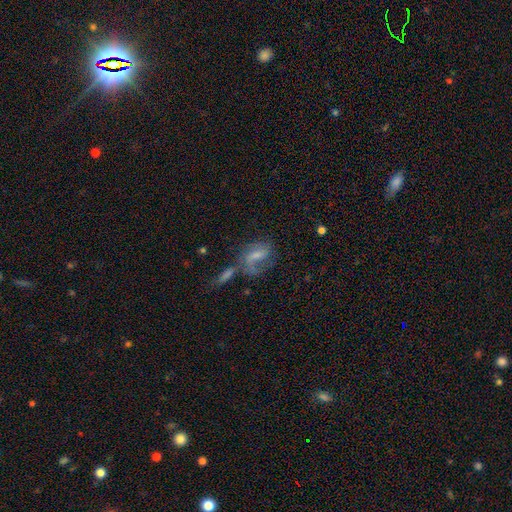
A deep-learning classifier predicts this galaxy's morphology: This appears to be a featured or disk galaxy (61%) with a weak bar (48%), spiral arms (81%) and a small central bulge (42%). Merging: none (39%).